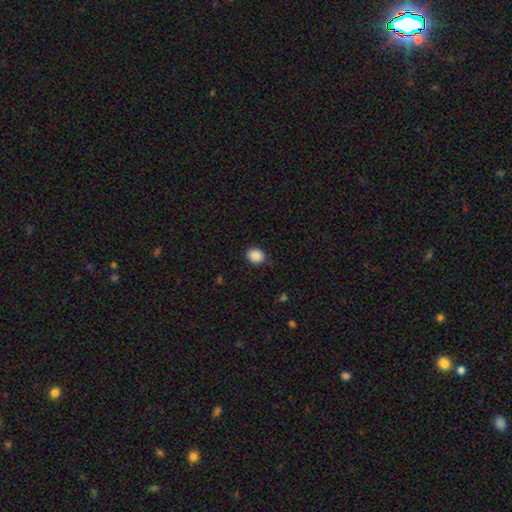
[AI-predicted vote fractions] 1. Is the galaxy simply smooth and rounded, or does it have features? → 88% smooth, 9% star or artifact, 3% featured or disk.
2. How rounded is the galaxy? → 55% round, 44% in between, 1% cigar-shaped.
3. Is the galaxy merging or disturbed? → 84% none, 12% minor disturbance, 3% major disturbance, 1% merger.